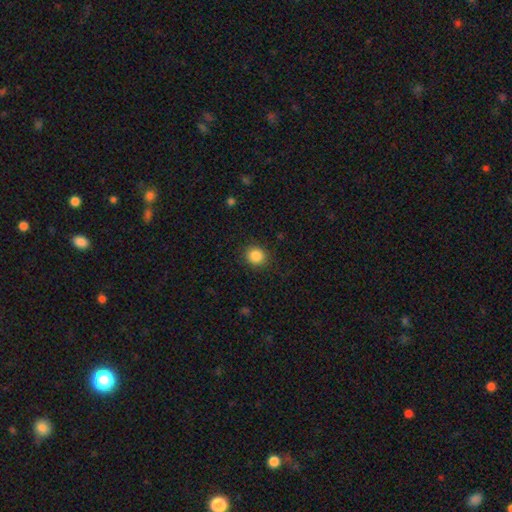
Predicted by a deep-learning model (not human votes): smooth-or-featured: smooth: 86% | star or artifact: 10% | featured or disk: 4%
  how-rounded: round: 82% | in between: 17% | cigar-shaped: 1%
  merging: none: 88% | minor disturbance: 8% | major disturbance: 3% | merger: 1%